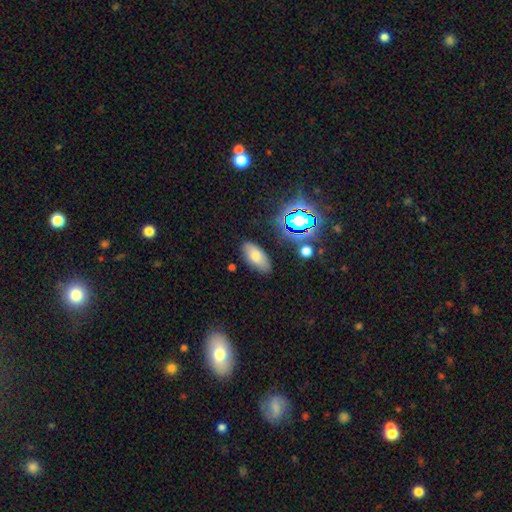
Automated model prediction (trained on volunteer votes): Smooth or featured: smooth — 75% (featured or disk — 13%)
How rounded: in between — 91% (cigar-shaped — 6%)
Merging: none — 82% (minor disturbance — 13%)